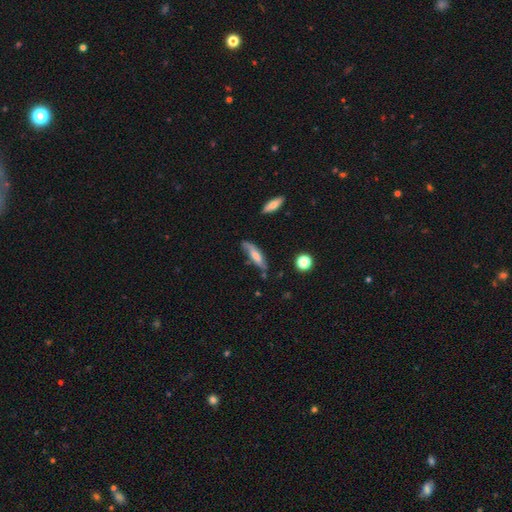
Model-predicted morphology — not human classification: This appears to be a smooth galaxy with no disk features (55%) that is cigar-shaped (62%). Merging: none (58%).